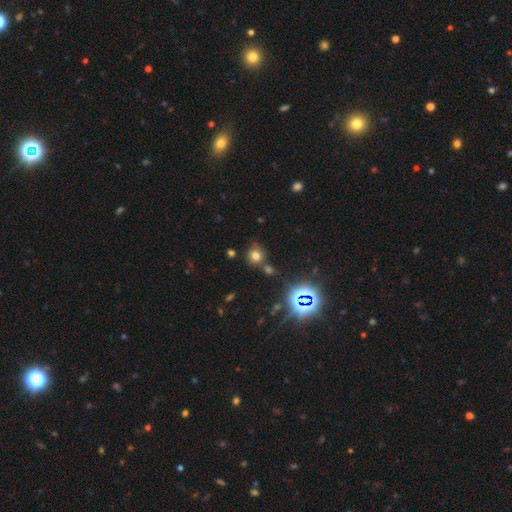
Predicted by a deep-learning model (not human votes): Smooth or featured? smooth (69%)
How rounded? round (85%)
Merging? none (70%)